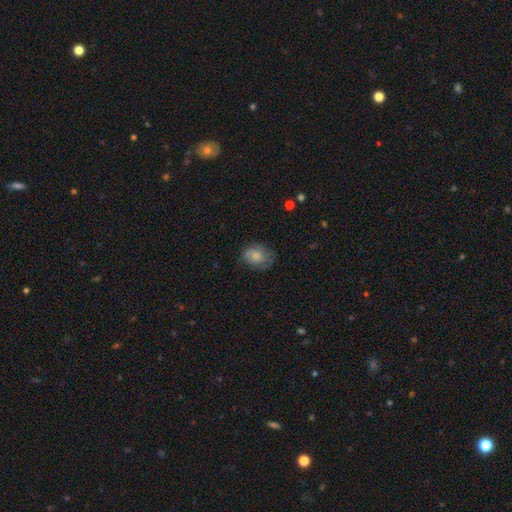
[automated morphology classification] A smooth galaxy with no disk features (70%) that is in between round and cigar-shaped (63%). Merging: none (62%).